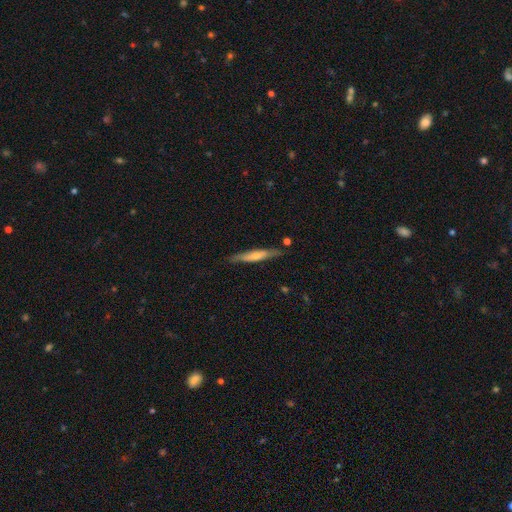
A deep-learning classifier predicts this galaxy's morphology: smooth_or_featured: smooth (p=0.52) [alt: featured or disk p=0.43]
how_rounded: cigar-shaped (p=0.91) [alt: in between p=0.07]
merging: none (p=0.83) [alt: minor disturbance p=0.13]